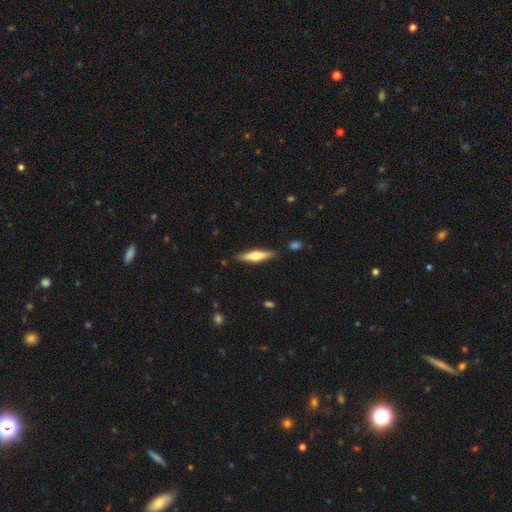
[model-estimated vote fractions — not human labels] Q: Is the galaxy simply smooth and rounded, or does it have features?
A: featured or disk — 51%.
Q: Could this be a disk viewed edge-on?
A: yes — 94%.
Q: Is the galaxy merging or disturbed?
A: none — 86%.